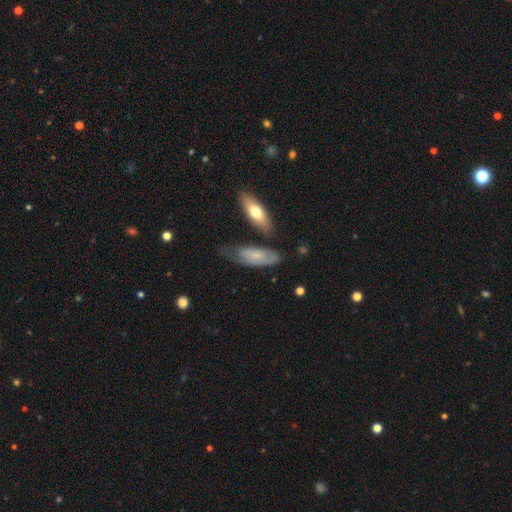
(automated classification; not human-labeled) A smooth galaxy with no disk features (58%) that is in between round and cigar-shaped (71%).

Vote fractions:
- Smooth or featured? smooth: 58% / featured or disk: 35% / star or artifact: 7%
- How rounded? in between: 71% / cigar-shaped: 26% / round: 3%
- Merging? none: 48% / minor disturbance: 33% / major disturbance: 13% / merger: 6%